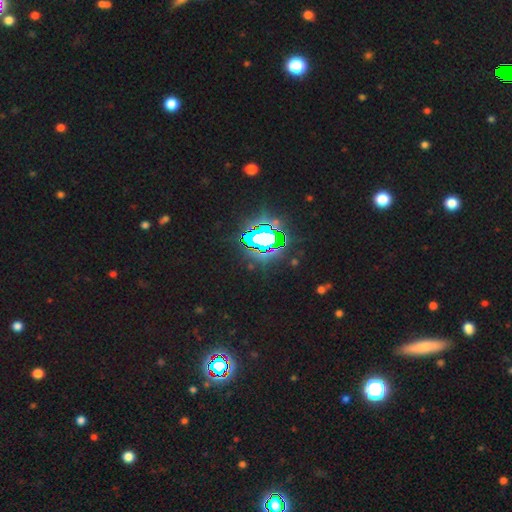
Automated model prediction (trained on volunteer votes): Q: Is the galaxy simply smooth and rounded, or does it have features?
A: star or artifact — 84%.